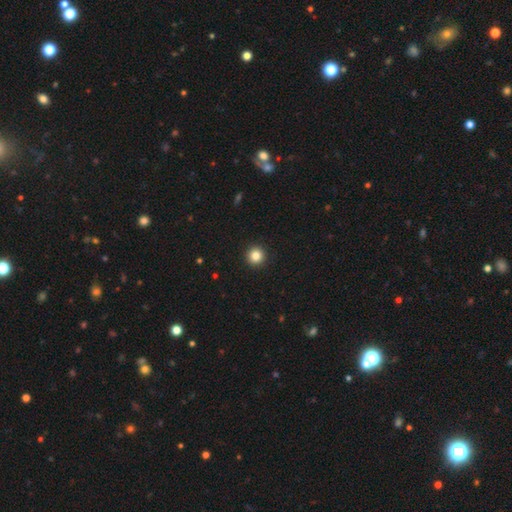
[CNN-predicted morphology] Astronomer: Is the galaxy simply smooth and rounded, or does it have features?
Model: smooth — 84%.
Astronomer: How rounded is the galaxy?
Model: round — 96%.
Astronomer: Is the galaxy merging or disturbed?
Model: none — 94%.